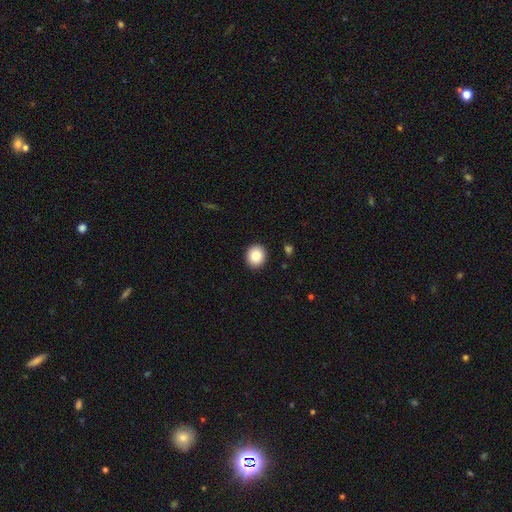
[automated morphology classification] smooth 84%, star or artifact 8%, featured or disk 7%. Down the decision tree: how rounded — round (83%); merging — none (92%).